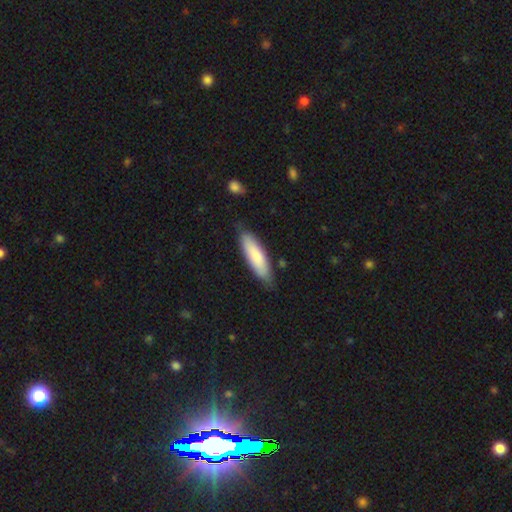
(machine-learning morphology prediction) Smooth or featured? smooth (81%)
How rounded? cigar-shaped (60%)
Merging? none (81%)